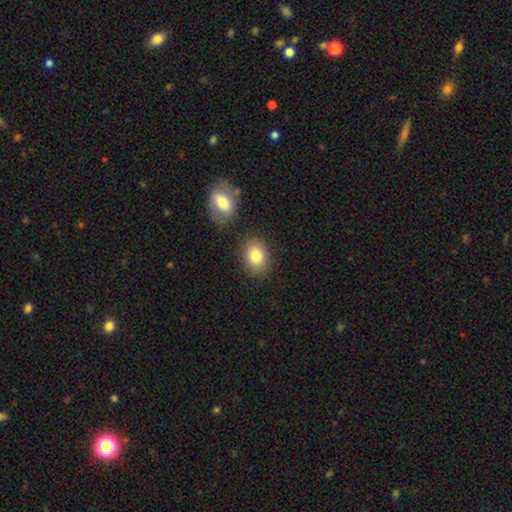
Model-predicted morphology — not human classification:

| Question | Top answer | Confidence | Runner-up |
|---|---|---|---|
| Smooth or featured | smooth | 82% | featured or disk (9%) |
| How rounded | in between | 65% | round (34%) |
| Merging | none | 80% | minor disturbance (11%) |